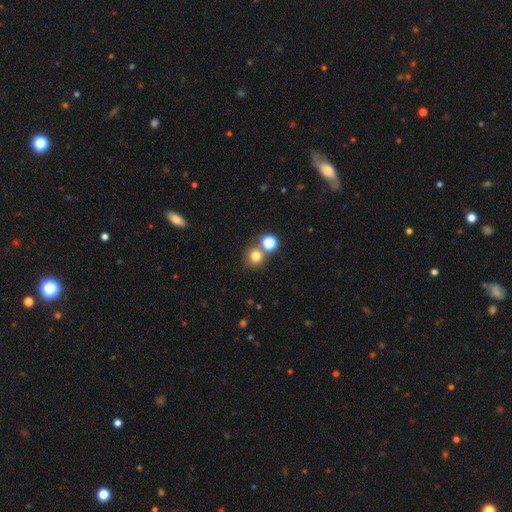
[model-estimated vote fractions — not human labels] smooth_or_featured: smooth (p=0.75) [alt: star or artifact p=0.17]
how_rounded: round (p=0.87) [alt: in between p=0.12]
merging: none (p=0.64) [alt: merger p=0.24]